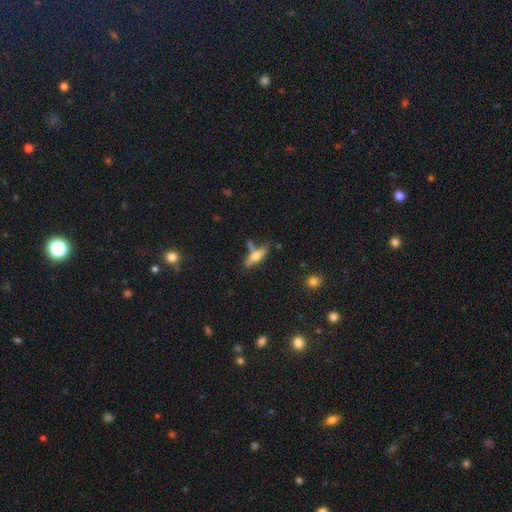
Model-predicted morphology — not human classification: Smooth or featured? smooth (57%)
How rounded? cigar-shaped (50%)
Merging? none (56%)